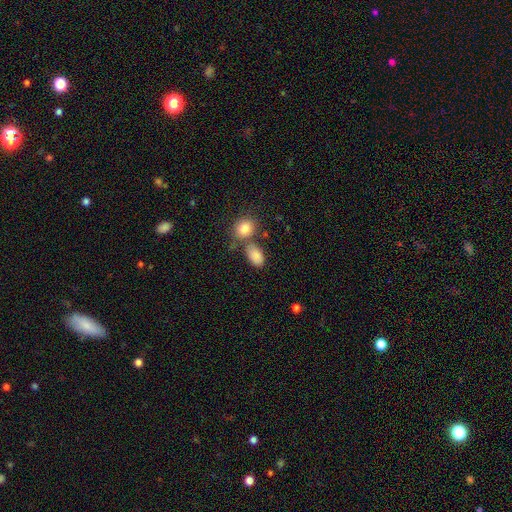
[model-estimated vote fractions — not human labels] Morphology: type=smooth (85%); roundness=in between (88%); merging=none (55%).